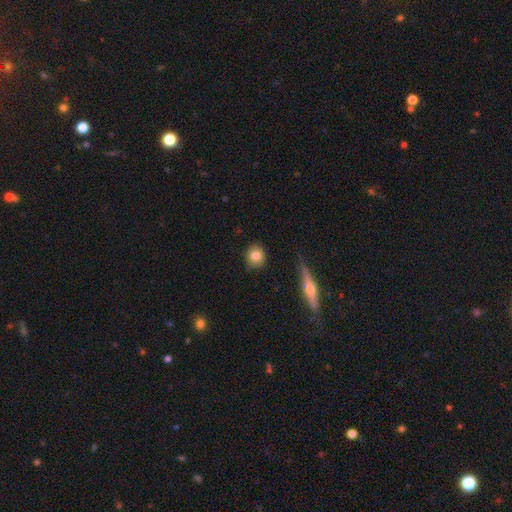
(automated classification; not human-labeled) smooth-or-featured: smooth: 81% | featured or disk: 10% | star or artifact: 9%
  how-rounded: round: 86% | in between: 12% | cigar-shaped: 2%
  merging: none: 85% | minor disturbance: 10% | major disturbance: 2% | merger: 2%